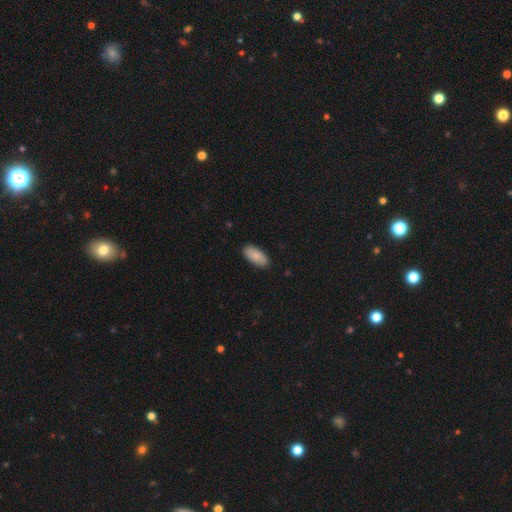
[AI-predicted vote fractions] Q: Smooth or featured?
A: smooth (87%); runner-up: featured or disk (7%)
Q: How rounded?
A: in between (92%); runner-up: cigar-shaped (6%)
Q: Merging?
A: none (88%); runner-up: minor disturbance (10%)